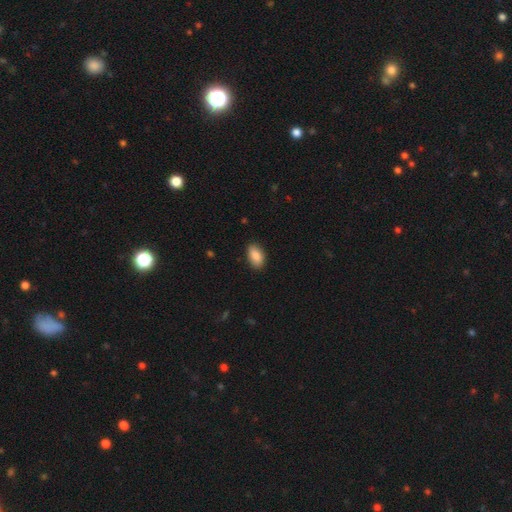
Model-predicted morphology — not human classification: This is clearly a smooth galaxy (88%). How rounded: clearly in between (92%). Merging: clearly none (86%).